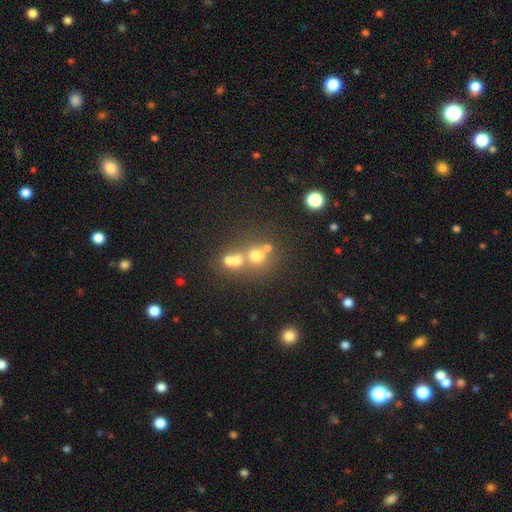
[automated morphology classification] Q: Smooth or featured?
A: smooth (56%); runner-up: star or artifact (24%)
Q: How rounded?
A: round (79%); runner-up: in between (20%)
Q: Merging?
A: merger (52%); runner-up: none (38%)